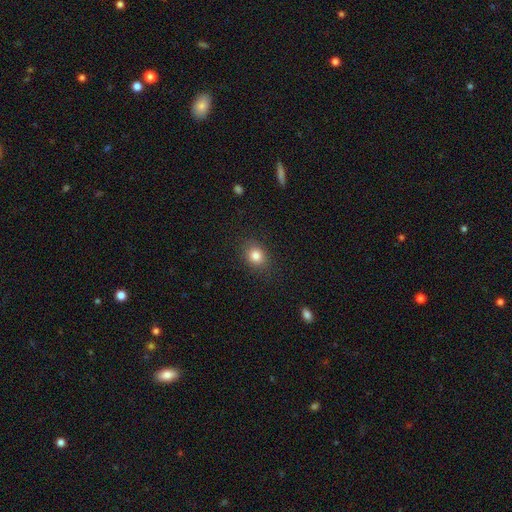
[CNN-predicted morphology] smooth 83%, star or artifact 11%, featured or disk 7%. Down the decision tree: how rounded — round (55%); merging — none (85%).